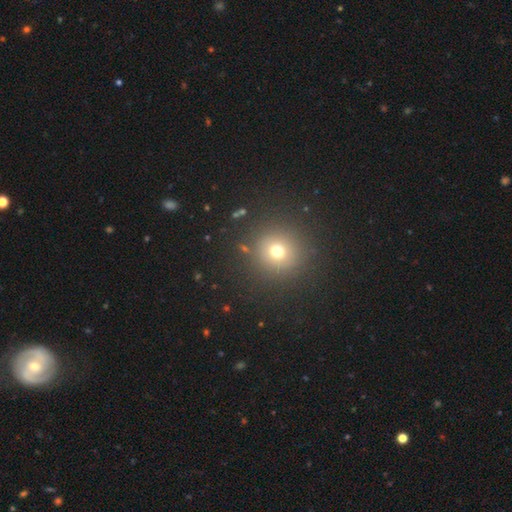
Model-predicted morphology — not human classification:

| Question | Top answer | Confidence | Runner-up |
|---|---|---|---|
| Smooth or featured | smooth | 54% | star or artifact (38%) |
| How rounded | round | 94% | in between (5%) |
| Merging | none | 92% | minor disturbance (5%) |